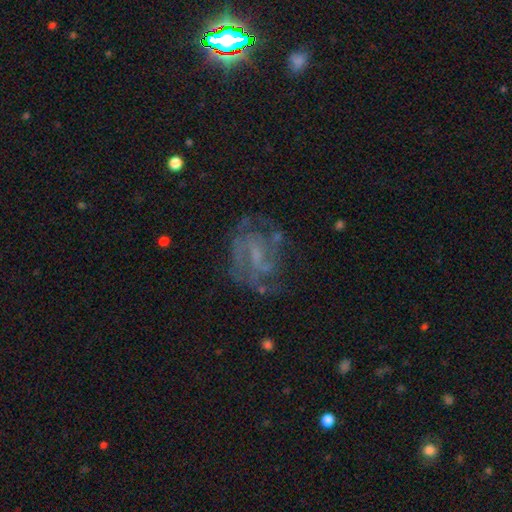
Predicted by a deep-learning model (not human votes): smooth_or_featured: featured or disk (p=0.73) [alt: smooth p=0.15]
disk_edge_on: no (p=0.97) [alt: yes p=0.03]
bar: weak (p=0.46) [alt: no p=0.38]
has_spiral_arms: yes (p=0.79) [alt: no p=0.21]
spiral_winding: medium (p=0.44) [alt: tight p=0.37]
spiral_arm_count: 2 (p=0.38) [alt: can't tell p=0.34]
bulge_size: none (p=0.41) [alt: small p=0.38]
merging: none (p=0.60) [alt: minor disturbance p=0.19]